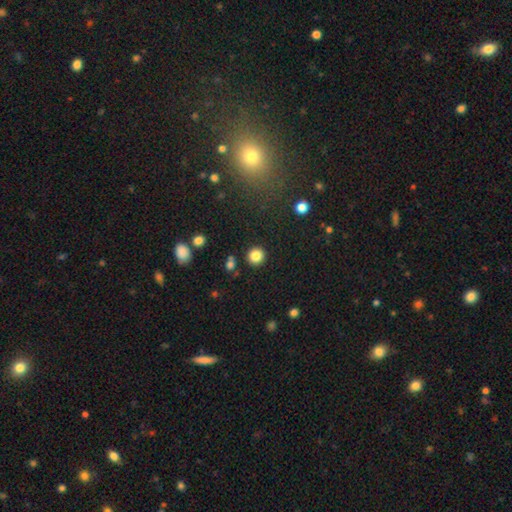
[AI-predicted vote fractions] Smooth or featured?
  - smooth: 85% *
  - star or artifact: 10%
  - featured or disk: 5%
How rounded?
  - round: 93% *
  - in between: 6%
  - cigar-shaped: 1%
Merging?
  - none: 90% *
  - minor disturbance: 5%
  - merger: 3%
  - major disturbance: 2%